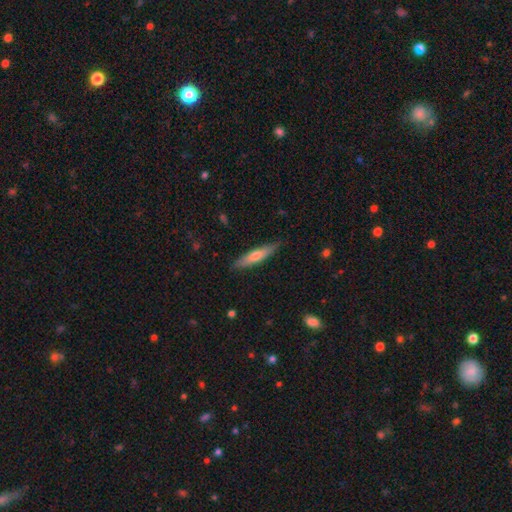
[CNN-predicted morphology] smooth 61%, featured or disk 34%, star or artifact 5%. Down the decision tree: how rounded — cigar-shaped (83%); merging — none (84%).